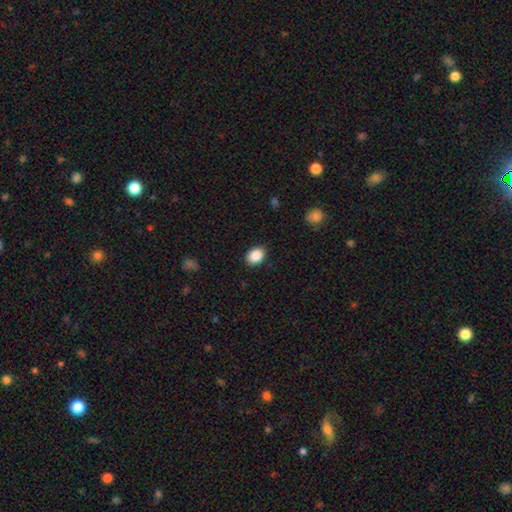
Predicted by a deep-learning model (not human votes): Overall: smooth (88%). How rounded: in between (65%; round 34%). Merging: none (88%).